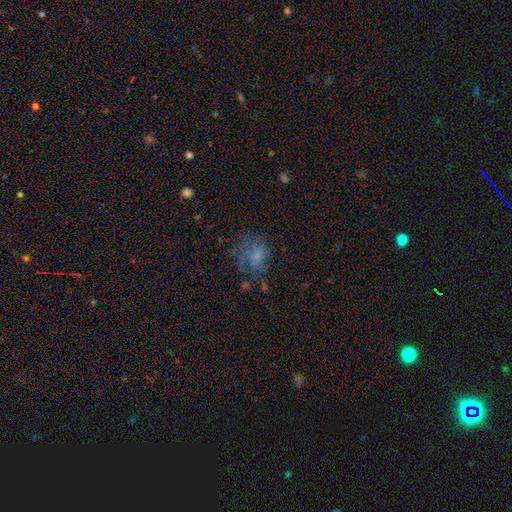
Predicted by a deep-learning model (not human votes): smooth 48%, featured or disk 33%, star or artifact 19%. Down the decision tree: merging — none (46%).